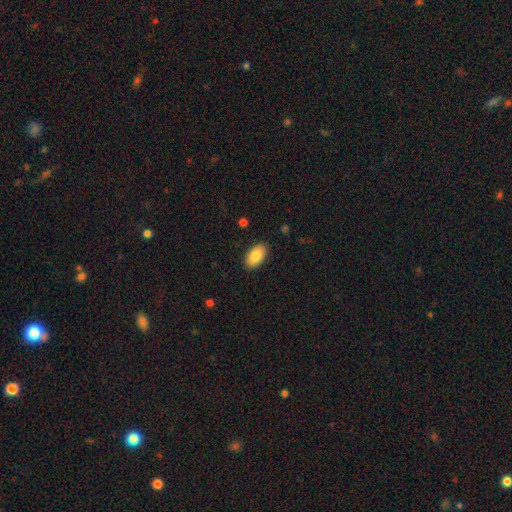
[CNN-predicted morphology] smooth_or_featured: smooth (p=0.85) [alt: featured or disk p=0.08]
how_rounded: in between (p=0.95) [alt: round p=0.04]
merging: none (p=0.89) [alt: minor disturbance p=0.08]